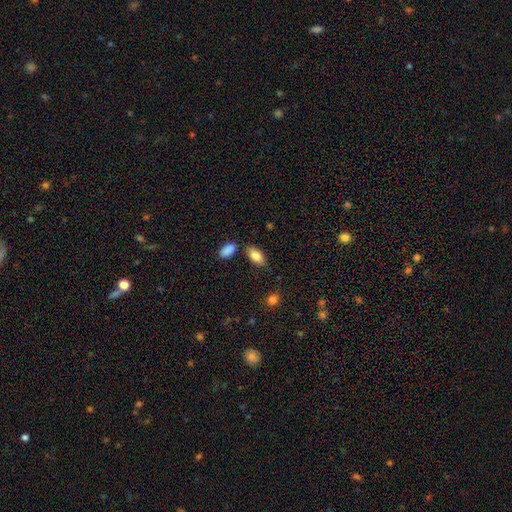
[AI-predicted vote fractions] smooth_or_featured: smooth (p=0.84) [alt: featured or disk p=0.09]
how_rounded: in between (p=0.90) [alt: cigar-shaped p=0.07]
merging: none (p=0.74) [alt: minor disturbance p=0.13]